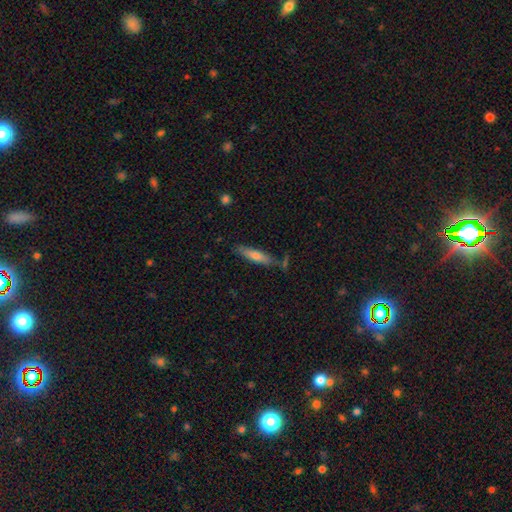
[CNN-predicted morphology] Smooth or featured: smooth — 60% (featured or disk — 33%)
How rounded: cigar-shaped — 82% (in between — 17%)
Merging: none — 76% (minor disturbance — 15%)